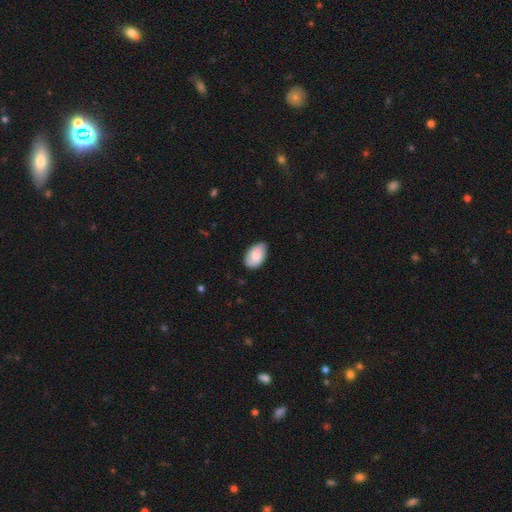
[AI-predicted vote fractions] A smooth galaxy with no disk features (79%) that is in between round and cigar-shaped (92%). Merging: none (77%).